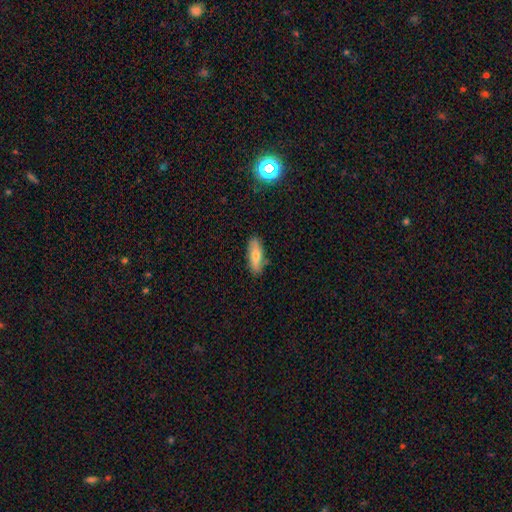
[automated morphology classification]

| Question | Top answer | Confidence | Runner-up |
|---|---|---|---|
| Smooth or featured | smooth | 69% | featured or disk (23%) |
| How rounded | in between | 53% | cigar-shaped (45%) |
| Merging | none | 84% | minor disturbance (12%) |